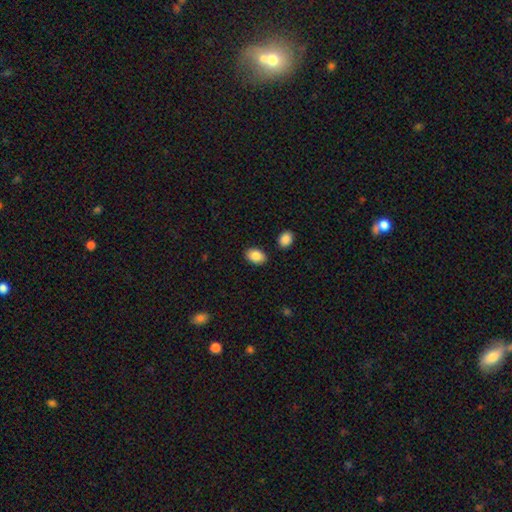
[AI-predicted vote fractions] A smooth galaxy with no disk features (88%) that is in between round and cigar-shaped (85%). Merging: none (85%).